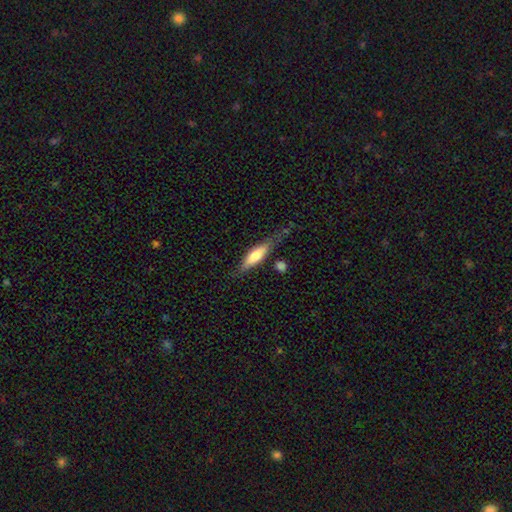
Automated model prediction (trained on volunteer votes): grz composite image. It shows a smooth galaxy with no disk features (60%) that is cigar-shaped (65%). Merging: none (61%).